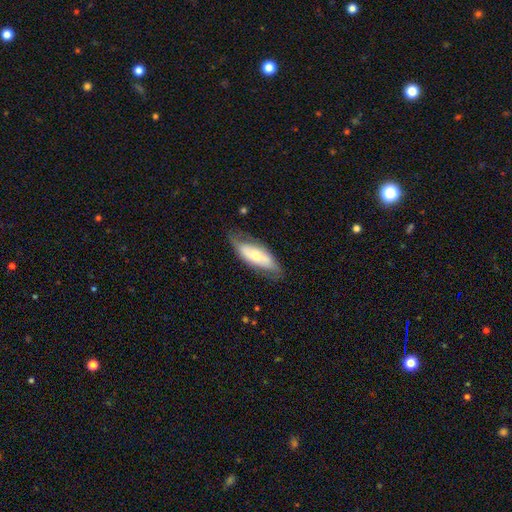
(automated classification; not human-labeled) Morphology: type=smooth (48%); merging=none (66%).